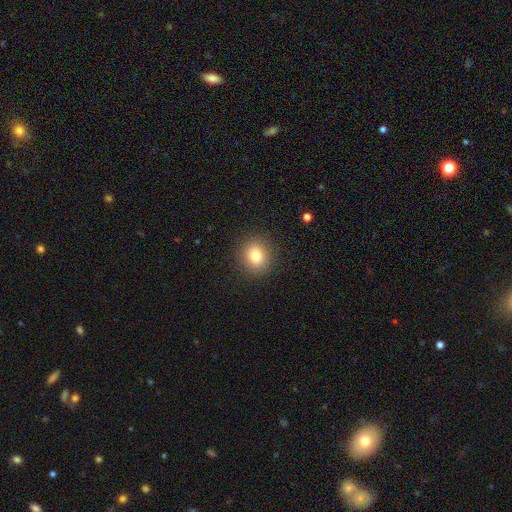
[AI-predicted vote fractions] This appears to be a smooth galaxy with no disk features (79%) that is round (85%). Merging: none (90%).